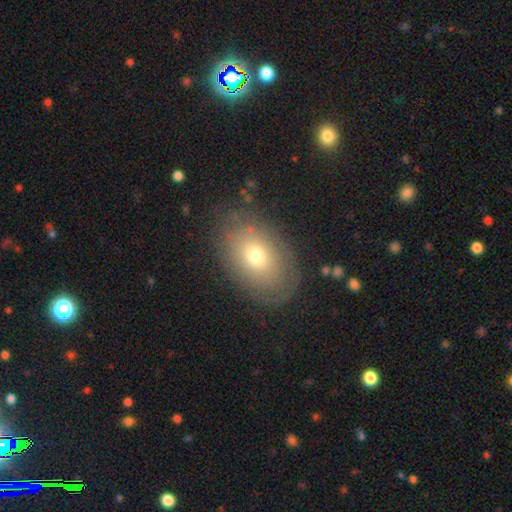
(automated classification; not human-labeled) The model was most divided on "smooth or featured": smooth: 64%, featured or disk: 26%, star or artifact: 10%. More confident: how rounded — in between (84%); merging — none (80%).